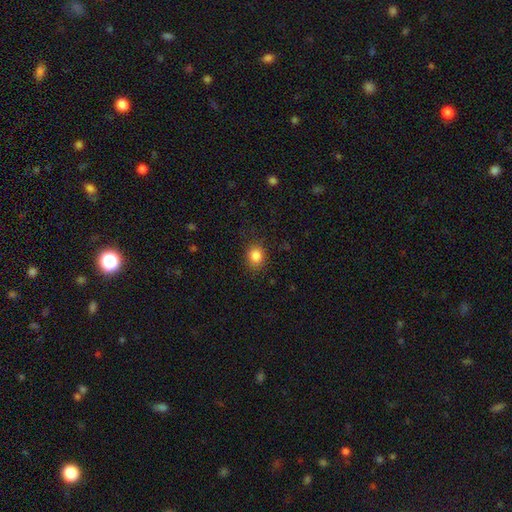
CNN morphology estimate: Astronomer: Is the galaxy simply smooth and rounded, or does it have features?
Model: smooth — 85%.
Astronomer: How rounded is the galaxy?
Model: round — 63%.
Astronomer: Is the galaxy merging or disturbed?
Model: none — 84%.